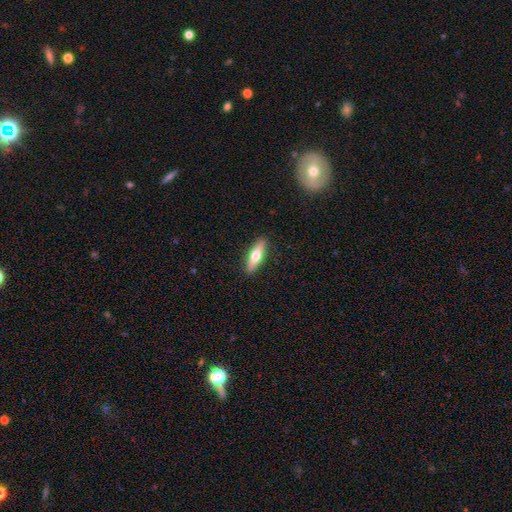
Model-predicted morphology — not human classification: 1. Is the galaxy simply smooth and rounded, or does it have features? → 57% smooth, 37% featured or disk, 6% star or artifact.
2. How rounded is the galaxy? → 60% cigar-shaped, 37% in between, 2% round.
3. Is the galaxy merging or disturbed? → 90% none, 7% minor disturbance, 2% major disturbance, 1% merger.